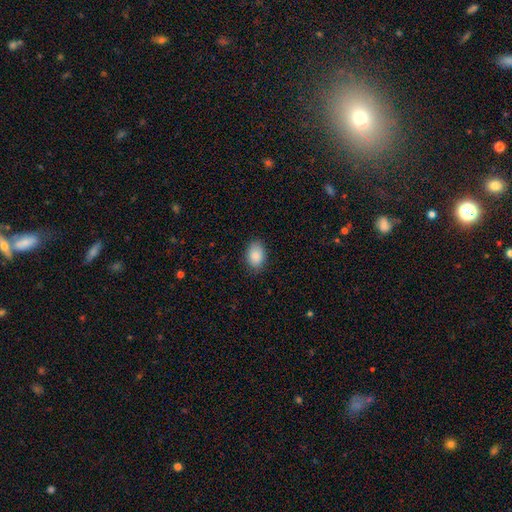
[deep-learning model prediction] smooth 89%, star or artifact 7%, featured or disk 4%. Down the decision tree: how rounded — in between (83%); merging — none (84%).